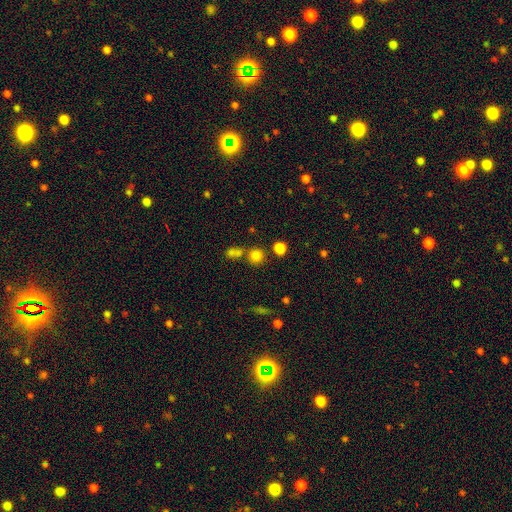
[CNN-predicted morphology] Overall: smooth (78%). How rounded: round (90%). Merging: none (71%).